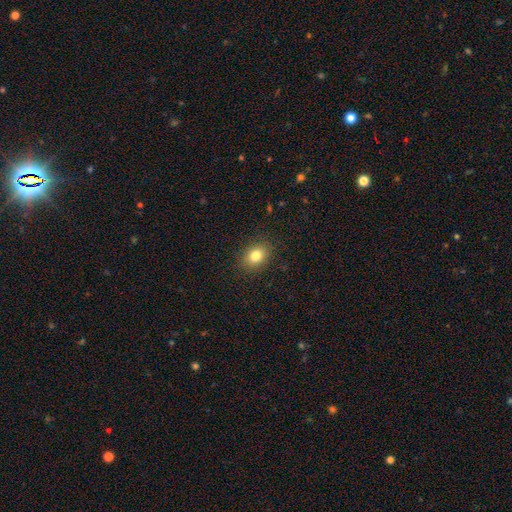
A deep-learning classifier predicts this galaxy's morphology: Smooth or featured: smooth — 82% (star or artifact — 10%)
How rounded: in between — 65% (round — 34%)
Merging: none — 88% (minor disturbance — 9%)